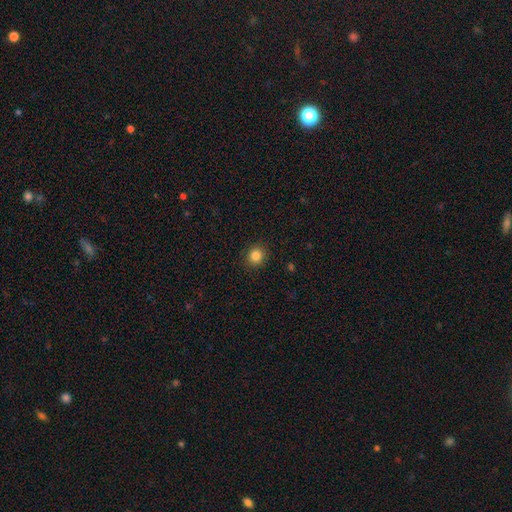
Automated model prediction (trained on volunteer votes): This is clearly a smooth galaxy (85%). How rounded: clearly round (88%). Merging: clearly none (91%).